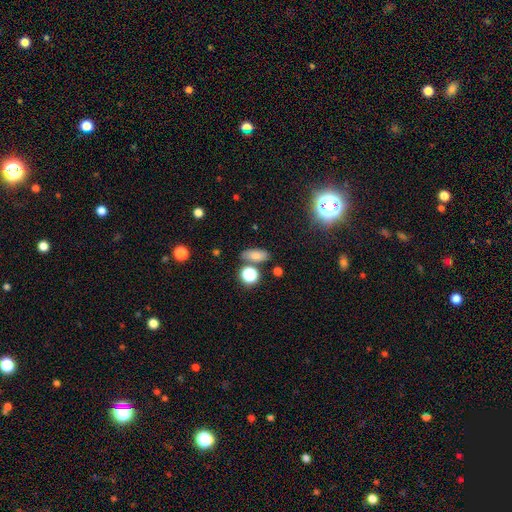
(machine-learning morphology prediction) Smooth or featured? Predicted: smooth (p=0.72). How rounded? Predicted: in between (p=0.79). Merging? Predicted: none (p=0.74).